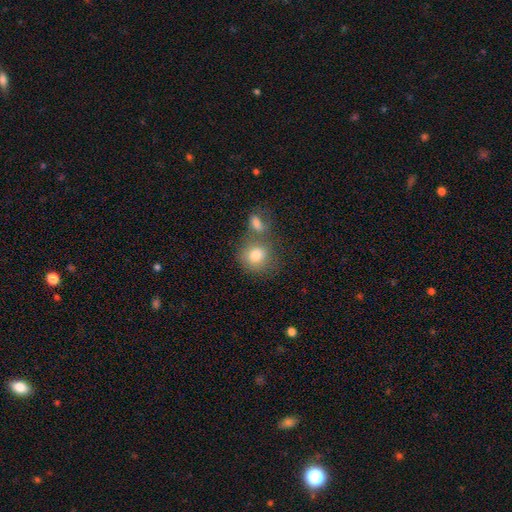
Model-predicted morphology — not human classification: Smooth or featured?
  - smooth: 79% *
  - featured or disk: 12%
  - star or artifact: 9%
How rounded?
  - round: 79% *
  - in between: 20%
  - cigar-shaped: 1%
Merging?
  - none: 48% *
  - merger: 35%
  - minor disturbance: 12%
  - major disturbance: 5%